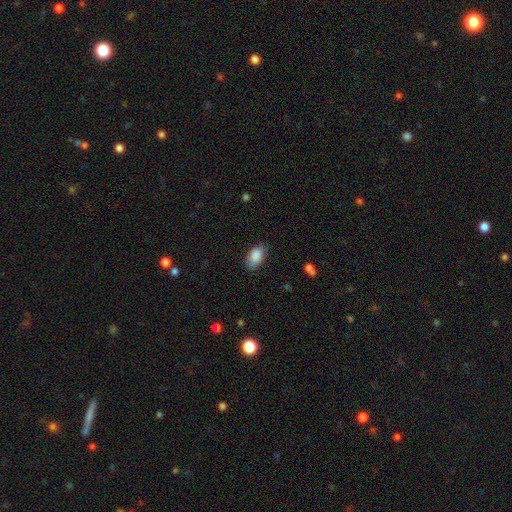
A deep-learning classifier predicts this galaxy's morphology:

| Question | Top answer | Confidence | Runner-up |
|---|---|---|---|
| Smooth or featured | smooth | 87% | star or artifact (7%) |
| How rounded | in between | 93% | round (5%) |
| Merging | none | 73% | minor disturbance (21%) |